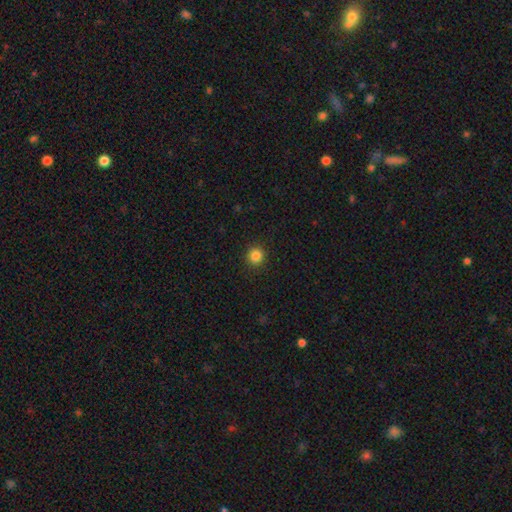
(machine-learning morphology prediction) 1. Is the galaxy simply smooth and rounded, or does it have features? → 85% smooth, 12% star or artifact, 4% featured or disk.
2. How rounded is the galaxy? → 93% round, 6% in between, 1% cigar-shaped.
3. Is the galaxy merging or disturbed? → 92% none, 5% minor disturbance, 2% major disturbance, 1% merger.